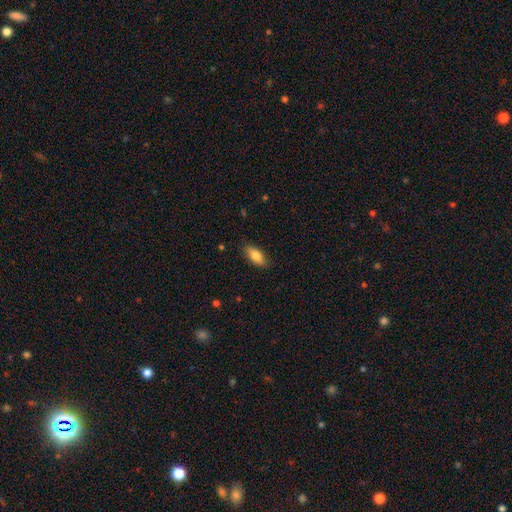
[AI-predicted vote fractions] smooth 80%, featured or disk 13%, star or artifact 7%. Down the decision tree: how rounded — in between (84%); merging — none (84%).